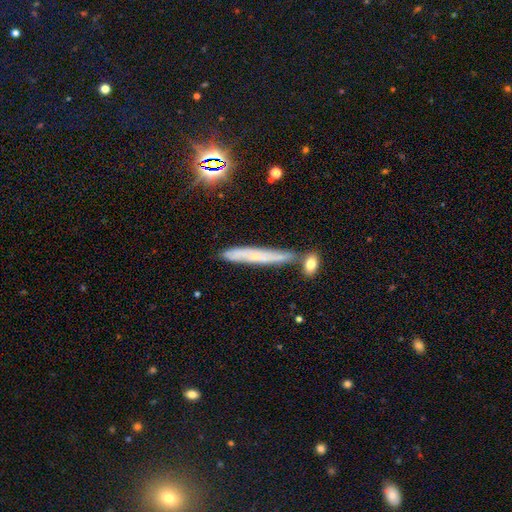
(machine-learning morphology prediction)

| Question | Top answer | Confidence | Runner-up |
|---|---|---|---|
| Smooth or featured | featured or disk | 46% | smooth (42%) |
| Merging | none | 72% | minor disturbance (14%) |